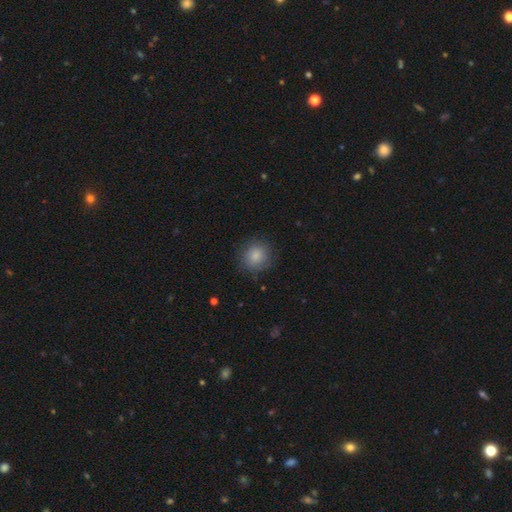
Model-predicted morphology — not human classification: Smooth or featured?
  - smooth: 86% *
  - star or artifact: 8%
  - featured or disk: 6%
How rounded?
  - round: 87% *
  - in between: 12%
  - cigar-shaped: 1%
Merging?
  - none: 84% *
  - minor disturbance: 11%
  - major disturbance: 4%
  - merger: 1%